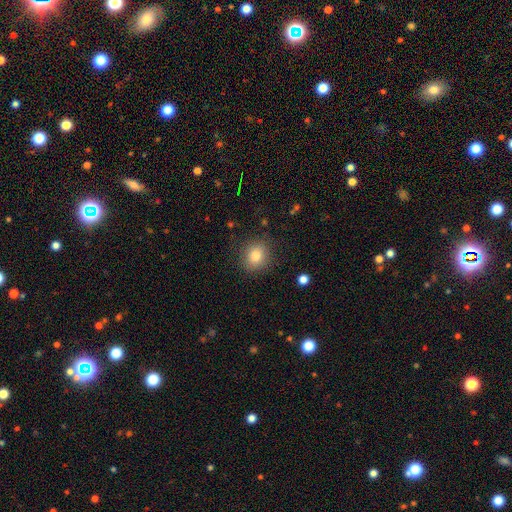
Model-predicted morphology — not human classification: Smooth or featured? Predicted: smooth (p=0.82). How rounded? Predicted: round (p=0.78). Merging? Predicted: none (p=0.86).